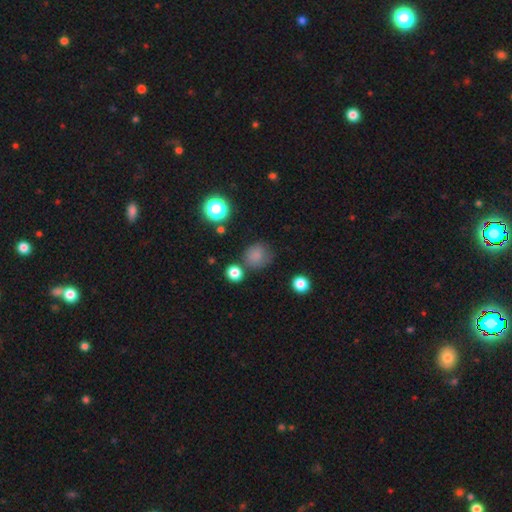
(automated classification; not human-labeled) This appears to be a smooth galaxy with no disk features (78%) that is round (83%). Merging: none (66%).